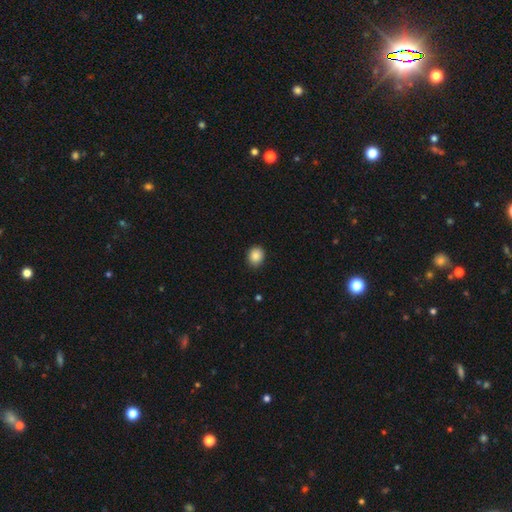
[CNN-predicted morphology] Q: Smooth or featured?
A: smooth (87%); runner-up: star or artifact (9%)
Q: How rounded?
A: round (64%); runner-up: in between (35%)
Q: Merging?
A: none (89%); runner-up: minor disturbance (8%)